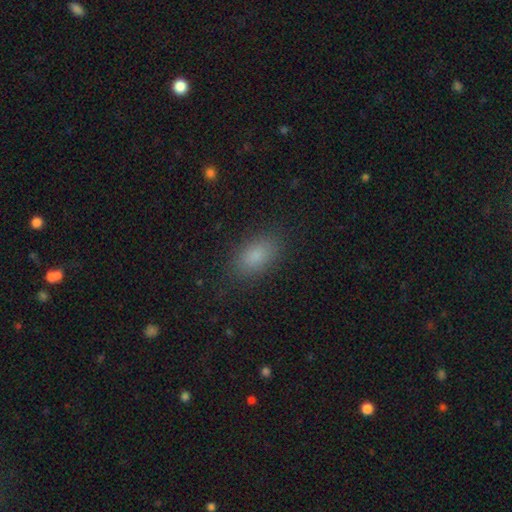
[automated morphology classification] Smooth or featured?
  - smooth: 84% *
  - star or artifact: 10%
  - featured or disk: 6%
How rounded?
  - in between: 90% *
  - round: 6%
  - cigar-shaped: 4%
Merging?
  - none: 86% *
  - minor disturbance: 10%
  - major disturbance: 3%
  - merger: 1%